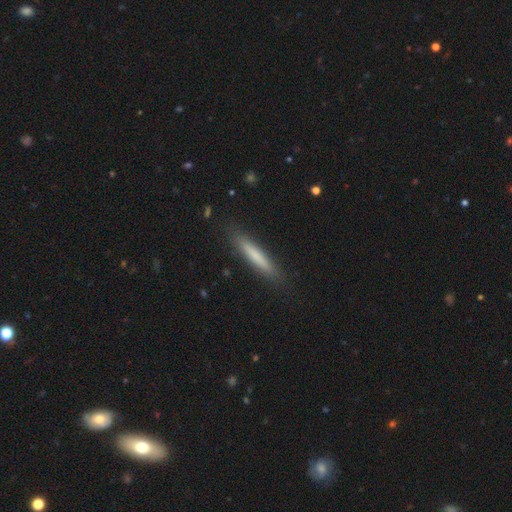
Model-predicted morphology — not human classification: A smooth galaxy with no disk features (70%) that is cigar-shaped (94%).

Vote fractions:
- Smooth or featured? smooth: 70% / featured or disk: 24% / star or artifact: 6%
- How rounded? cigar-shaped: 94% / in between: 5% / round: 1%
- Merging? none: 88% / minor disturbance: 9% / major disturbance: 2% / merger: 1%